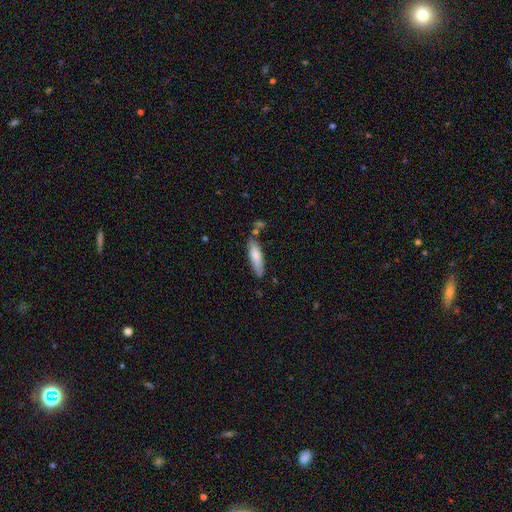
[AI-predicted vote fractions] Smooth or featured?
  - smooth: 78% *
  - featured or disk: 16%
  - star or artifact: 6%
How rounded?
  - cigar-shaped: 67% *
  - in between: 32%
  - round: 1%
Merging?
  - none: 76% *
  - minor disturbance: 16%
  - merger: 5%
  - major disturbance: 3%